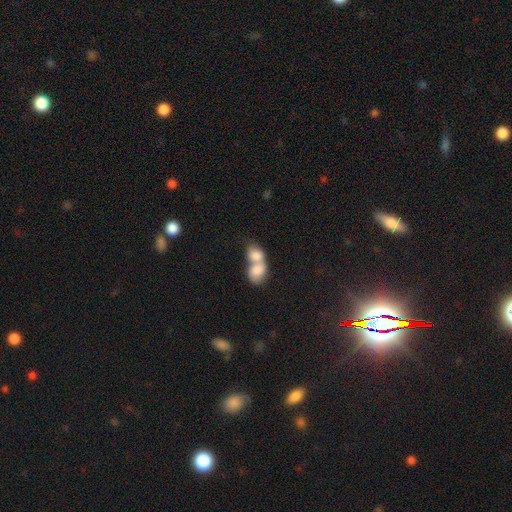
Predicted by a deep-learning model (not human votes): Morphology: type=smooth (79%); roundness=in between (68%); merging=merger (82%).